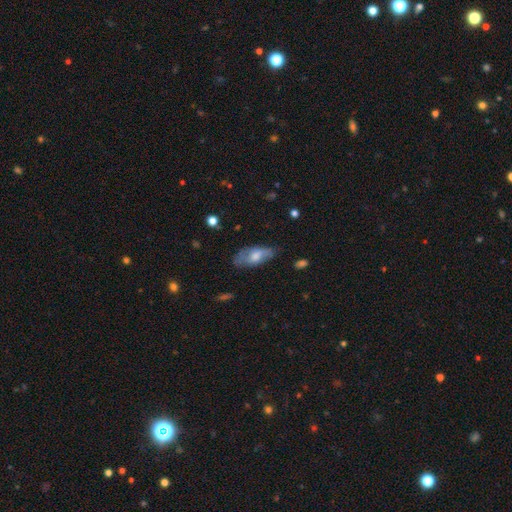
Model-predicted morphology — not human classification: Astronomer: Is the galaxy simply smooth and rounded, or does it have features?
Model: smooth — 57% (runner-up: featured or disk, 36%).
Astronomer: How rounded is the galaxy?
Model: in between — 85%.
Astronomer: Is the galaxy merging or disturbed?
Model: none — 56% (runner-up: minor disturbance, 31%).